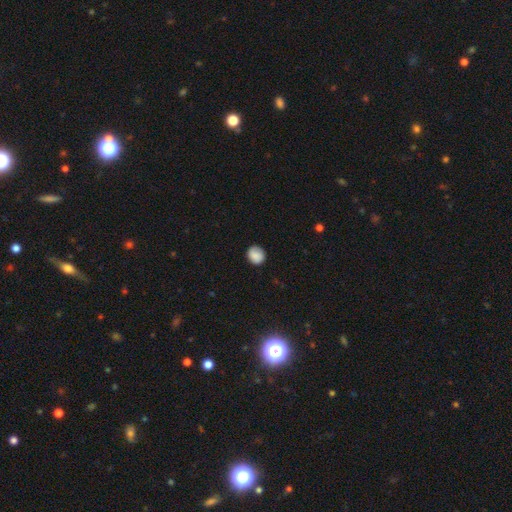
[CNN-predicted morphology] Smooth or featured? Predicted: smooth (p=0.84). How rounded? Predicted: round (p=0.79). Merging? Predicted: none (p=0.82).